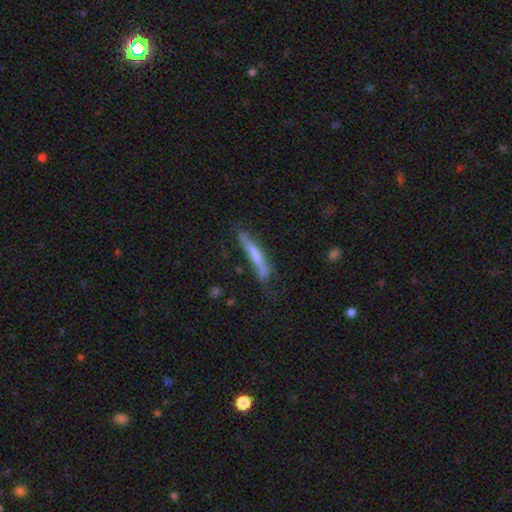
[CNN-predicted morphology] Q: Smooth or featured?
A: smooth (57%); runner-up: featured or disk (36%)
Q: How rounded?
A: cigar-shaped (92%); runner-up: in between (7%)
Q: Merging?
A: none (50%); runner-up: minor disturbance (26%)